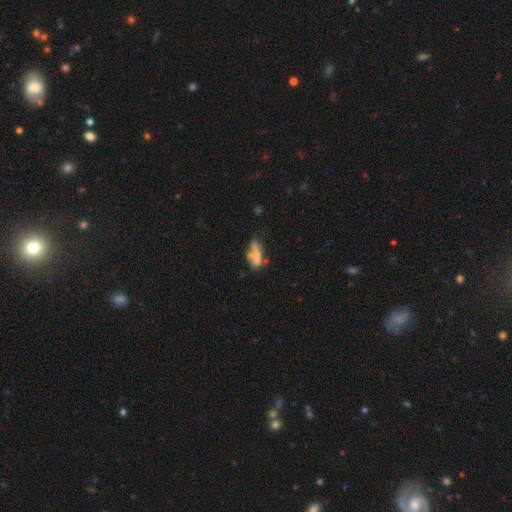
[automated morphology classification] This is possibly a smooth galaxy (55%). How rounded: likely in between (61%). Merging: marginally none (41%).